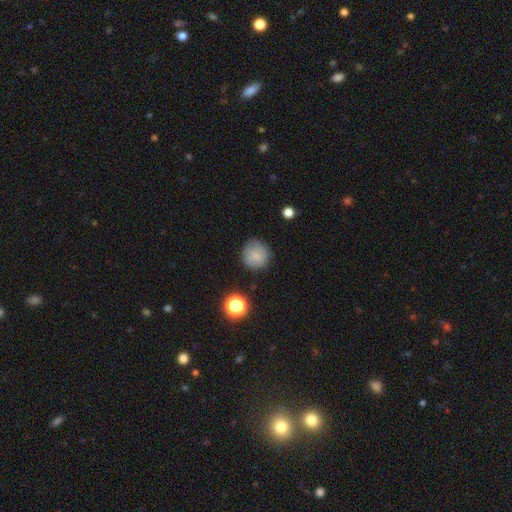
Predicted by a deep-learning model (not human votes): The model was most divided on "merging": none: 81%, minor disturbance: 14%, major disturbance: 4%, merger: 2%. More confident: how rounded — round (93%); smooth or featured — smooth (81%).